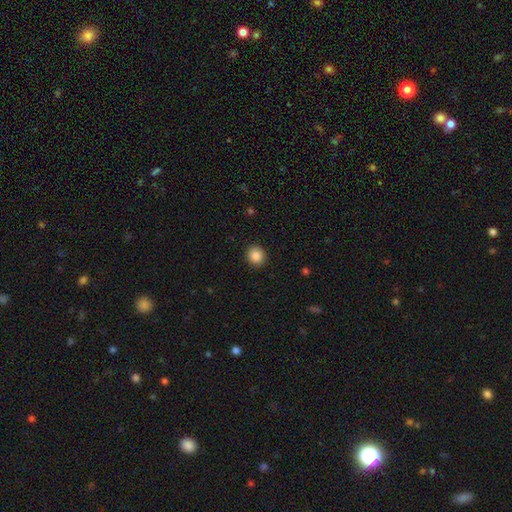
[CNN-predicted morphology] This appears to be a smooth galaxy with no disk features (87%) that is round (86%). Merging: none (92%).